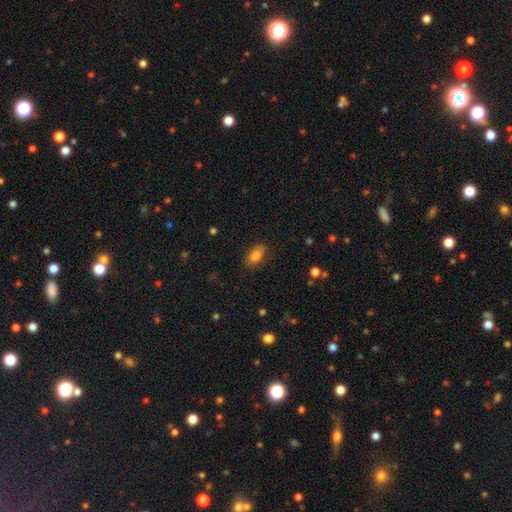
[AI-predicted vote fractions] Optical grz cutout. It shows a smooth galaxy with no disk features (84%) that is in between round and cigar-shaped (89%). Merging: none (85%).